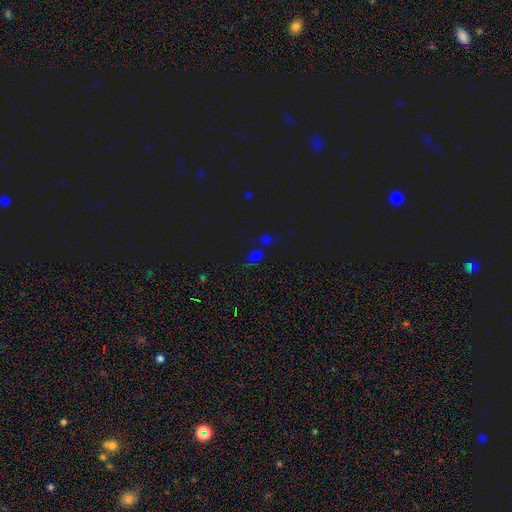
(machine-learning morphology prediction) Smooth or featured? Predicted: smooth (p=0.47). Merging? Predicted: none (p=0.52).